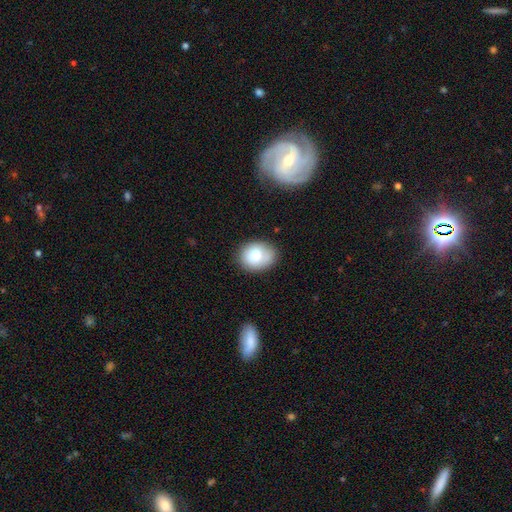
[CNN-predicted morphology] This is likely a smooth galaxy (79%). How rounded: possibly in between (52%). Merging: likely none (75%).